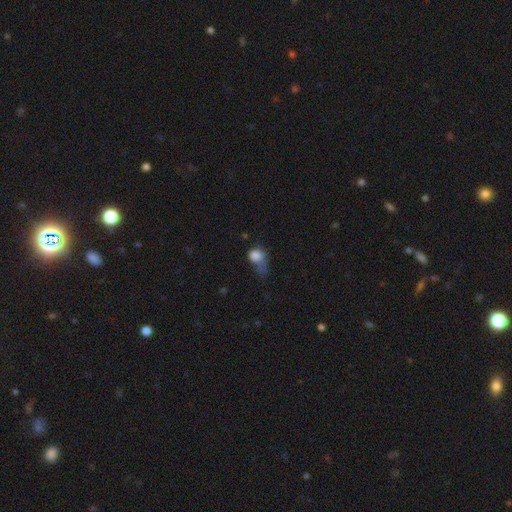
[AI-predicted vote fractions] A smooth galaxy with no disk features (75%) that is round (52%). Merging: major disturbance (49%).